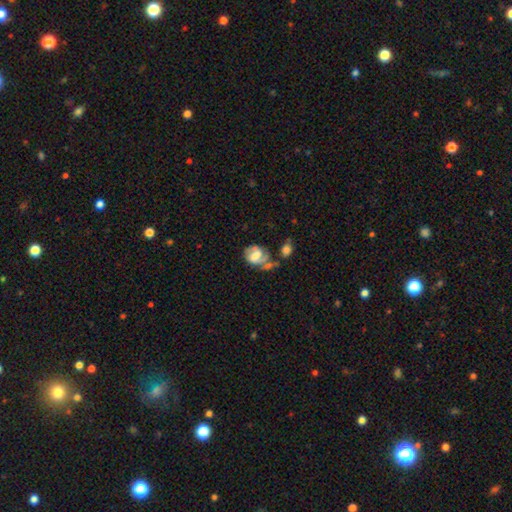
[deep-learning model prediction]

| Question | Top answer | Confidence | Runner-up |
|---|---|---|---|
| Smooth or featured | featured or disk | 51% | smooth (40%) |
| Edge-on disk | no | 96% | yes (4%) |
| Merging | none | 34% | merger (26%) |